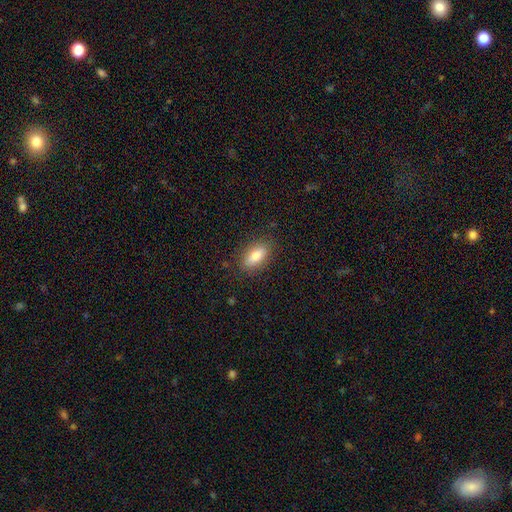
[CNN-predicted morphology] Overall: smooth (80%). How rounded: in between (85%). Merging: none (85%).